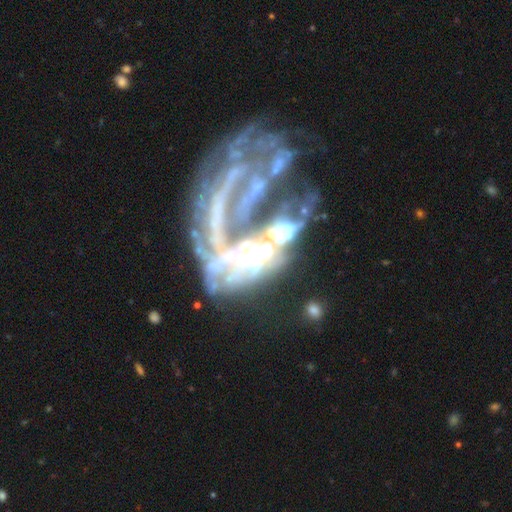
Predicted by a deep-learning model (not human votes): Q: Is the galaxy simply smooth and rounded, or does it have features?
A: featured or disk — 65%.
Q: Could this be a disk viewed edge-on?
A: no — 95%.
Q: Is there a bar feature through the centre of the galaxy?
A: no — 75%.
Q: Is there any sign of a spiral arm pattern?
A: no — 74%.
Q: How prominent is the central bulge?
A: none — 46%.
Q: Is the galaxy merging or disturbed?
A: merger — 44%.